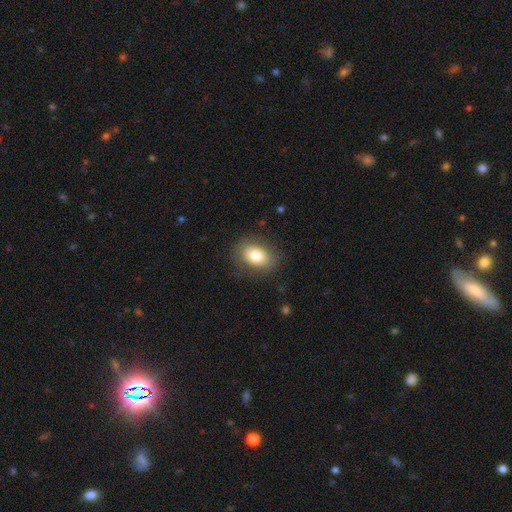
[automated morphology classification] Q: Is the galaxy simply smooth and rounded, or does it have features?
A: smooth — 79%.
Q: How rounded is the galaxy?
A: in between — 82%.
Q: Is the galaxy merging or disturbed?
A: none — 83%.